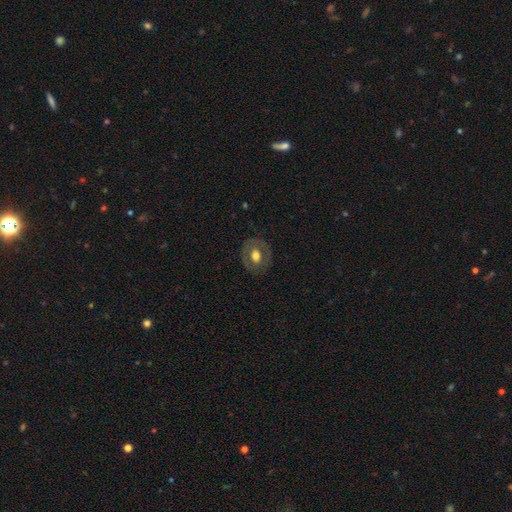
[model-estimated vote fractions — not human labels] smooth 48%, featured or disk 45%, star or artifact 7%. Down the decision tree: merging — none (81%).